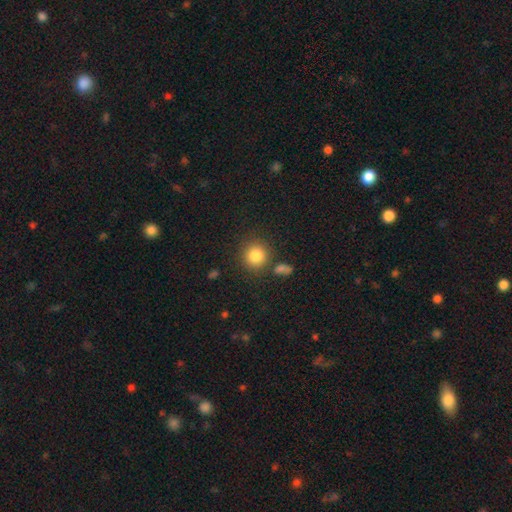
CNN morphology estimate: A smooth galaxy with no disk features (84%) that is round (90%). Merging: none (82%).